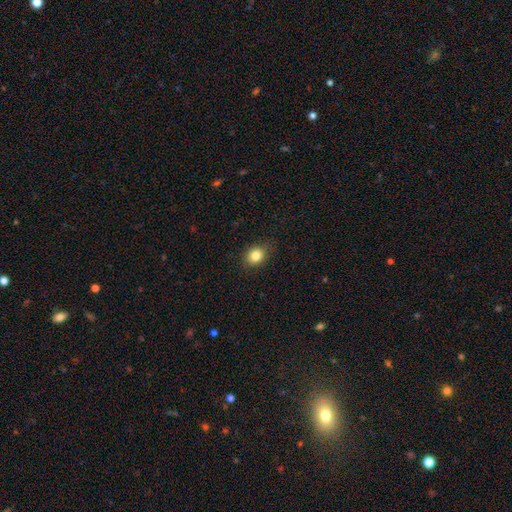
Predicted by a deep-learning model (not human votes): Smooth or featured?
  - smooth: 83% *
  - star or artifact: 10%
  - featured or disk: 7%
How rounded?
  - round: 51% *
  - in between: 47%
  - cigar-shaped: 1%
Merging?
  - none: 83% *
  - minor disturbance: 13%
  - major disturbance: 3%
  - merger: 1%